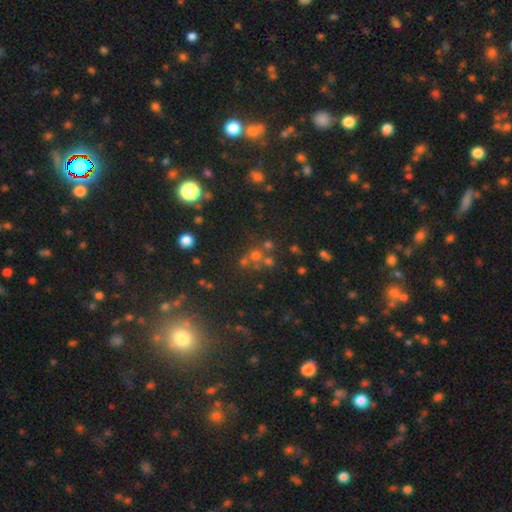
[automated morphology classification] A star or artifact, not a galaxy (43%, tied with smooth).

Vote fractions:
- Smooth or featured? star or artifact: 43% (tied) / smooth: 43% (tied) / featured or disk: 14%